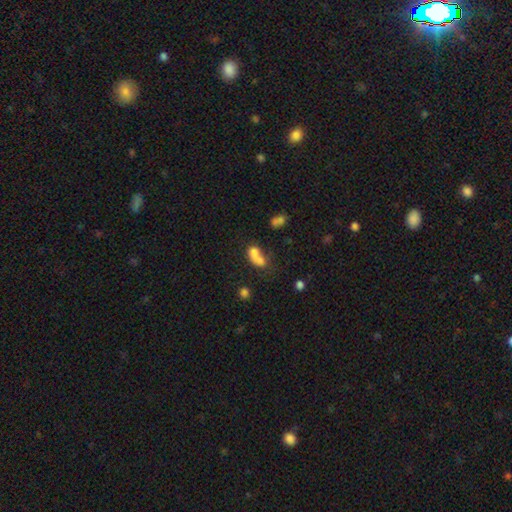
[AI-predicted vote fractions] Morphology: type=smooth (66%); roundness=in between (62%); merging=merger (60%).